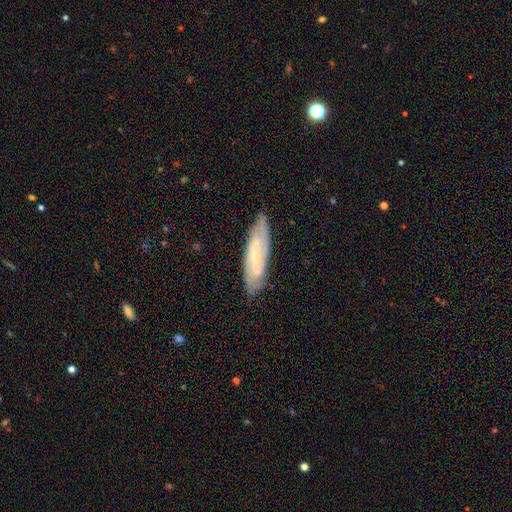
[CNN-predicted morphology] featured or disk 68%, smooth 25%, star or artifact 7%. Down the decision tree: edge-on disk — no (75%); bar — weak (42%); spiral arms — yes (87%); bulge size — small (72%); merging — none (82%).